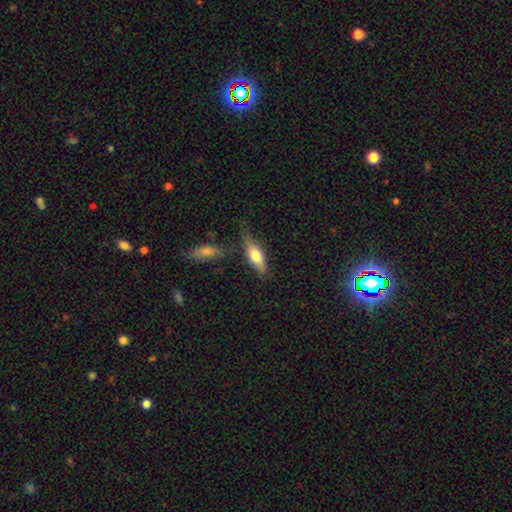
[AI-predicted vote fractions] smooth 67%, featured or disk 27%, star or artifact 6%. Down the decision tree: how rounded — in between (62%); merging — none (60%).